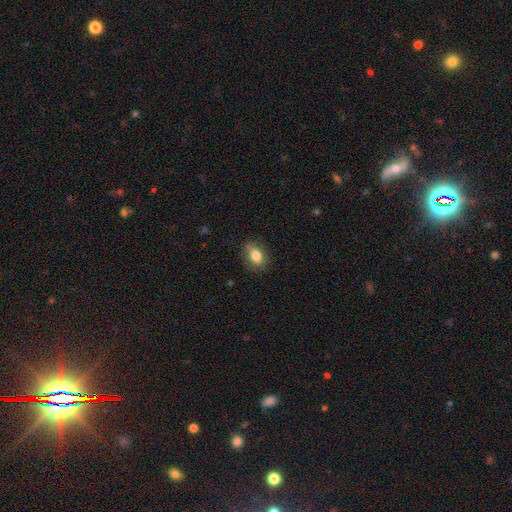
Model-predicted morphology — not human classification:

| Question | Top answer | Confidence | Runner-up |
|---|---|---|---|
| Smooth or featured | smooth | 77% | featured or disk (14%) |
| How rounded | in between | 74% | round (23%) |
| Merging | none | 71% | minor disturbance (23%) |